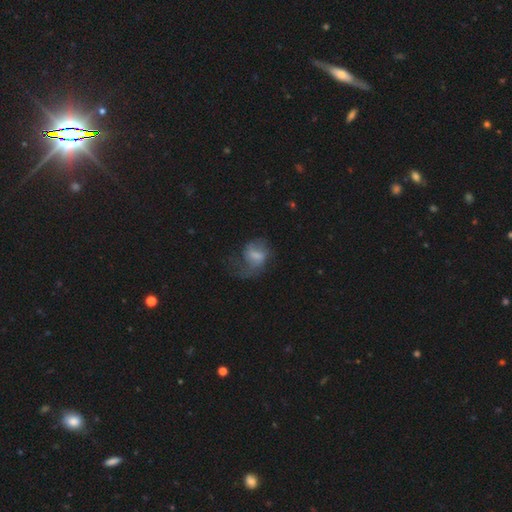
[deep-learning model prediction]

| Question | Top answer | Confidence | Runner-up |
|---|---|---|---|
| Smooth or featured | featured or disk | 47% | smooth (44%) |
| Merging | major disturbance | 44% | none (32%) |